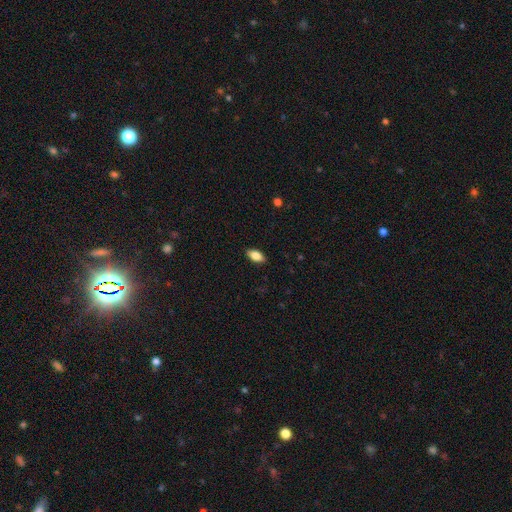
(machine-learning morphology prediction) Smooth or featured: smooth — 80% (featured or disk — 12%)
How rounded: in between — 88% (cigar-shaped — 8%)
Merging: none — 88% (minor disturbance — 9%)